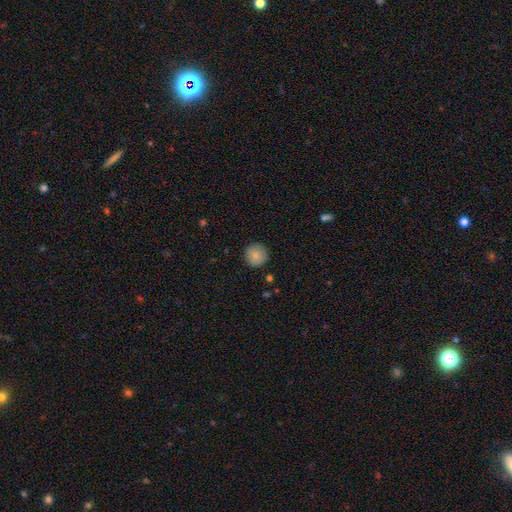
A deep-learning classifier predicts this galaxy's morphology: Smooth or featured?
  - smooth: 84% *
  - star or artifact: 8%
  - featured or disk: 8%
How rounded?
  - round: 94% *
  - in between: 5%
  - cigar-shaped: 1%
Merging?
  - none: 89% *
  - minor disturbance: 8%
  - major disturbance: 2%
  - merger: 1%